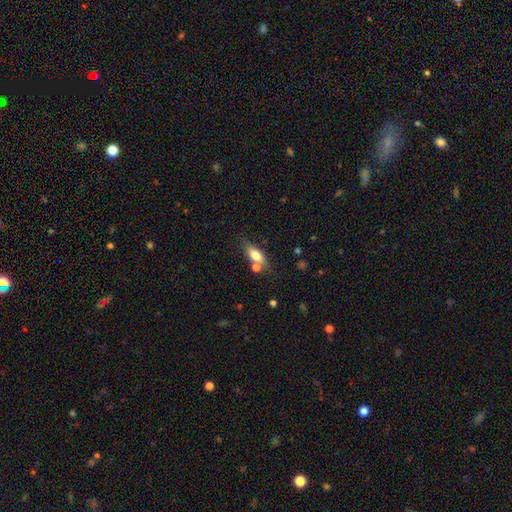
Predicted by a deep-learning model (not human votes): smooth_or_featured: smooth (p=0.71) [alt: featured or disk p=0.20]
how_rounded: in between (p=0.72) [alt: cigar-shaped p=0.23]
merging: none (p=0.61) [alt: merger p=0.19]